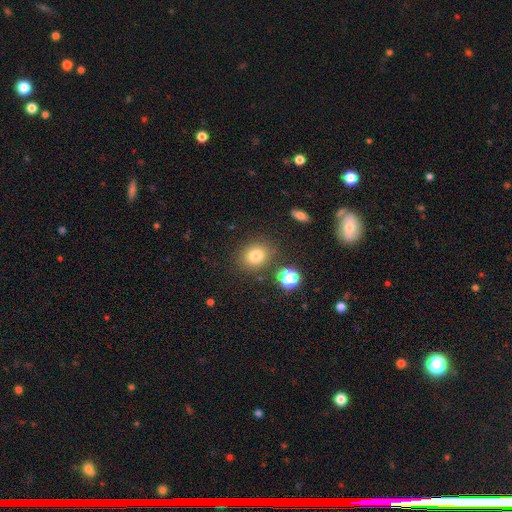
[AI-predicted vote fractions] Q: Smooth or featured?
A: smooth (78%); runner-up: star or artifact (14%)
Q: How rounded?
A: round (65%); runner-up: in between (34%)
Q: Merging?
A: none (82%); runner-up: minor disturbance (10%)